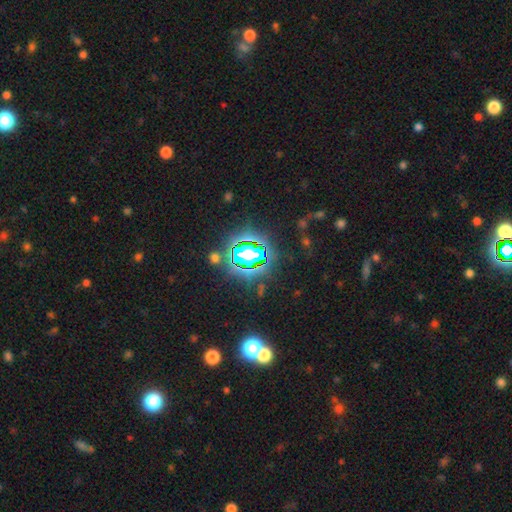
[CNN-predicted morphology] type=star or artifact (76%).